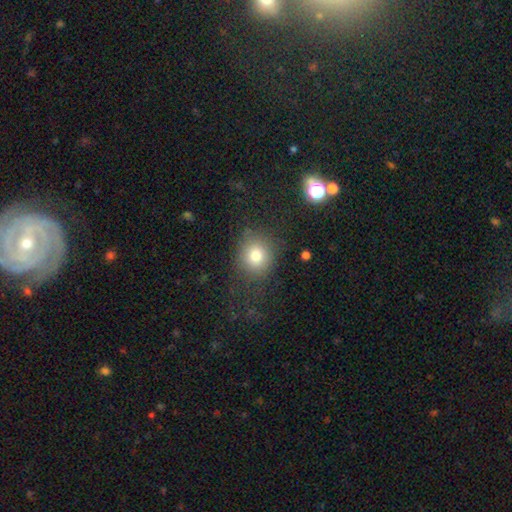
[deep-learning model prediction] Overall: smooth (79%). How rounded: round (76%). Merging: none (78%).